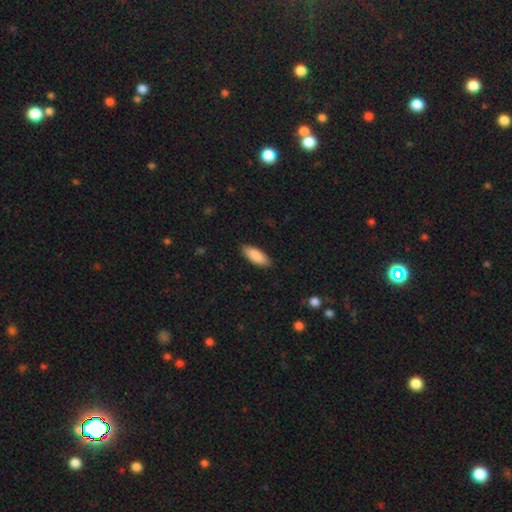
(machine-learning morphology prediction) smooth 89%, featured or disk 6%, star or artifact 5%. Down the decision tree: how rounded — in between (74%); merging — none (87%).